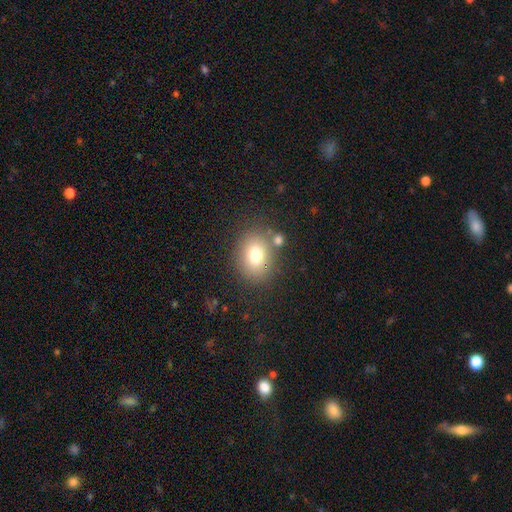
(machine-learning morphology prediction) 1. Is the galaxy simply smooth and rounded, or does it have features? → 75% smooth, 13% featured or disk, 12% star or artifact.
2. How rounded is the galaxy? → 57% in between, 42% round, 1% cigar-shaped.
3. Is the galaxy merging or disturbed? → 77% none, 11% minor disturbance, 8% merger, 4% major disturbance.